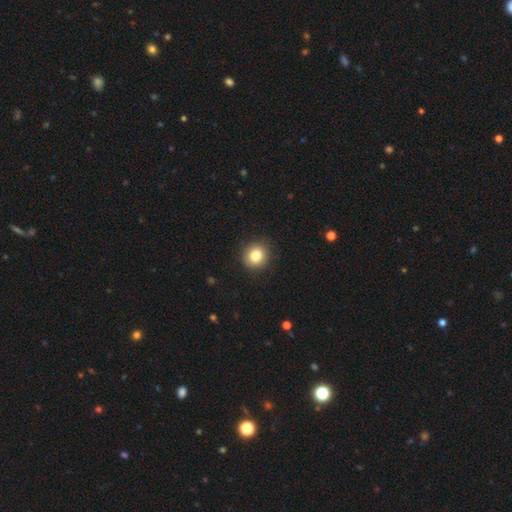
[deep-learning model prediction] The model was most divided on "smooth or featured": smooth: 83%, star or artifact: 10%, featured or disk: 7%. More confident: merging — none (91%); how rounded — round (87%).